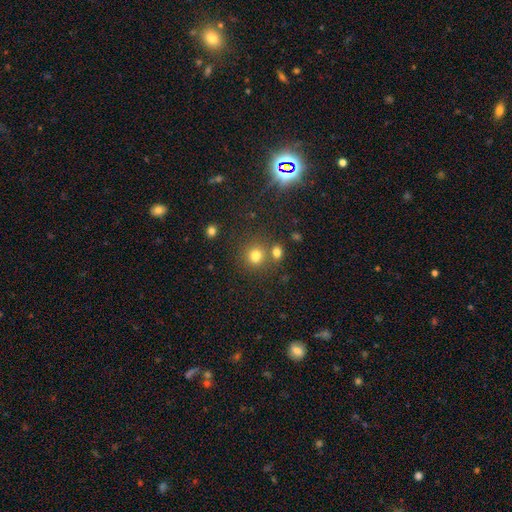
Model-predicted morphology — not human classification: smooth-or-featured: smooth: 76% | star or artifact: 16% | featured or disk: 8%
  how-rounded: round: 82% | in between: 18% | cigar-shaped: 1%
  merging: none: 61% | merger: 25% | minor disturbance: 9% | major disturbance: 4%